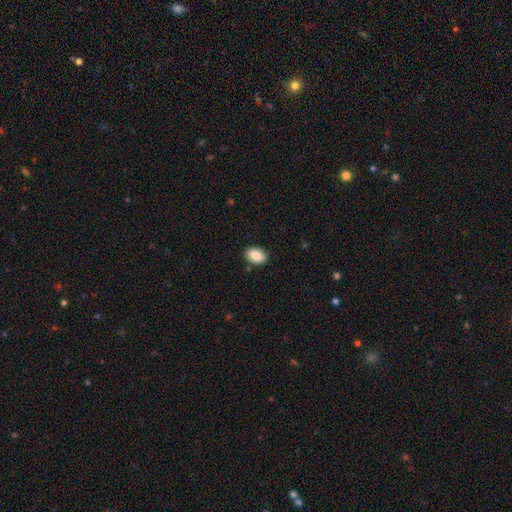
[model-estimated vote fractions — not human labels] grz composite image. It shows a smooth galaxy with no disk features (86%) that is in between round and cigar-shaped (85%). Merging: none (88%).